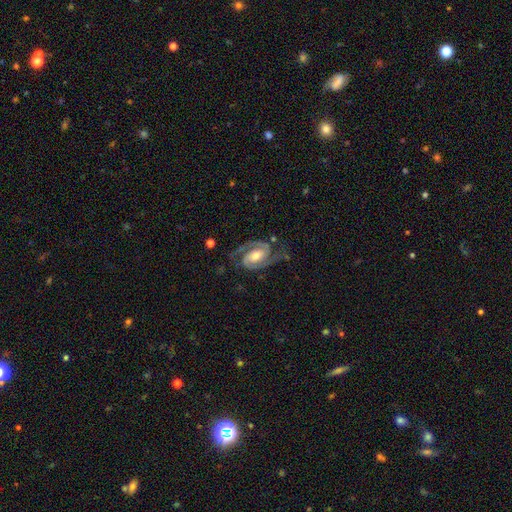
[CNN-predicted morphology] Q: Smooth or featured?
A: featured or disk (91%); runner-up: smooth (4%)
Q: Edge-on disk?
A: no (97%); runner-up: yes (3%)
Q: Bar?
A: weak (40%); runner-up: no (37%)
Q: Spiral arms?
A: yes (98%); runner-up: no (2%)
Q: Spiral winding?
A: medium (52%); runner-up: tight (37%)
Q: Spiral arm count?
A: 2 (94%); runner-up: can't tell (2%)
Q: Bulge size?
A: moderate (63%); runner-up: small (23%)
Q: Merging?
A: none (75%); runner-up: minor disturbance (16%)